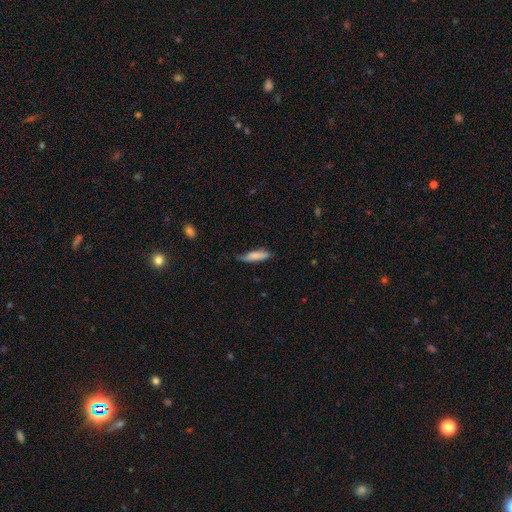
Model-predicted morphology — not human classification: A smooth galaxy with no disk features (80%) that is cigar-shaped (72%).

Vote fractions:
- Smooth or featured? smooth: 80% / featured or disk: 13% / star or artifact: 6%
- How rounded? cigar-shaped: 72% / in between: 26% / round: 2%
- Merging? none: 63% / minor disturbance: 29% / major disturbance: 6% / merger: 2%